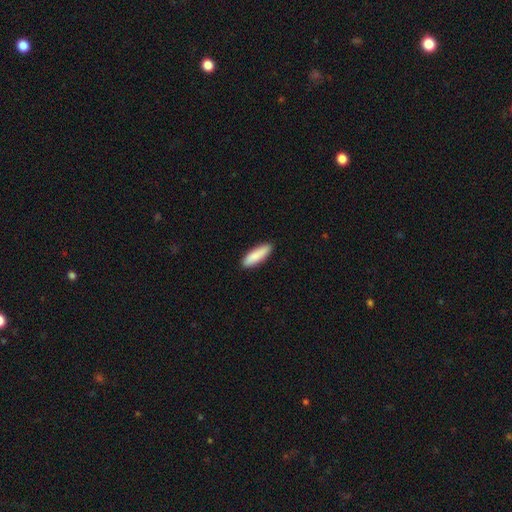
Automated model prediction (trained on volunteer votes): This is clearly a smooth galaxy (86%). How rounded: possibly cigar-shaped (53%). Merging: clearly none (89%).